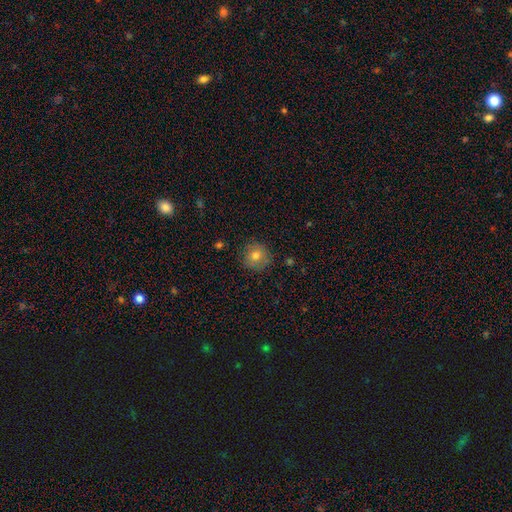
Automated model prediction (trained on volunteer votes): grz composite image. It shows a smooth galaxy with no disk features (76%) that is round (91%). Merging: none (85%).